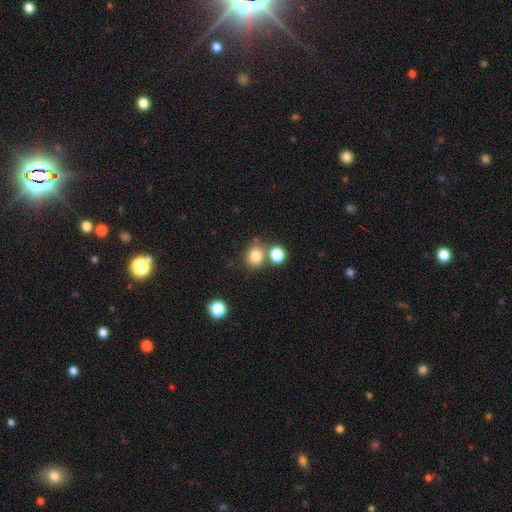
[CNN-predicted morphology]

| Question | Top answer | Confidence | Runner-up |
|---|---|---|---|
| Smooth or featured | smooth | 80% | star or artifact (13%) |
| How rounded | round | 75% | in between (24%) |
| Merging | none | 64% | merger (23%) |